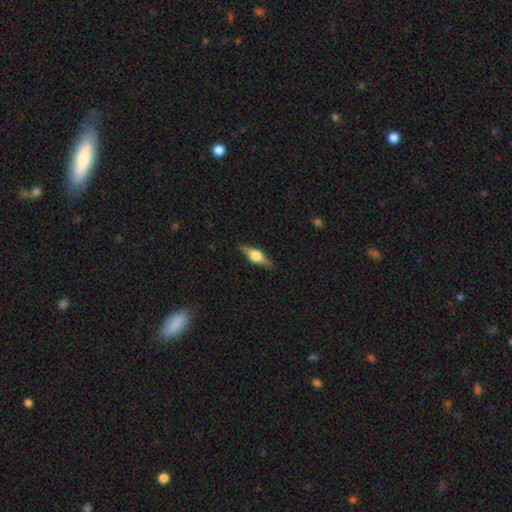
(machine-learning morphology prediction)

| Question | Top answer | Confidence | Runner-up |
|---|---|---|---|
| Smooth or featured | featured or disk | 71% | smooth (22%) |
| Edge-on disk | yes | 96% | no (4%) |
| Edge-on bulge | rounded | 93% | boxy (5%) |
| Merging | none | 89% | minor disturbance (8%) |